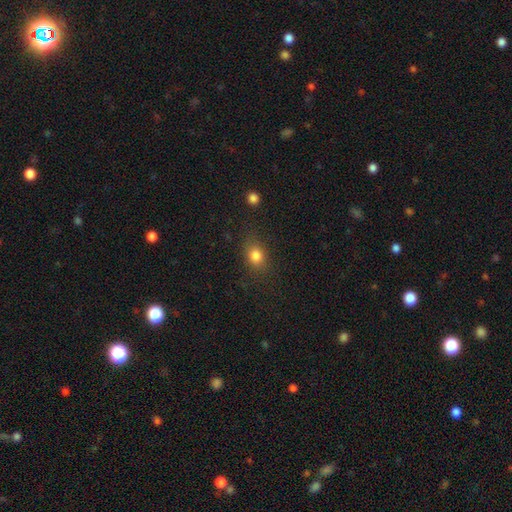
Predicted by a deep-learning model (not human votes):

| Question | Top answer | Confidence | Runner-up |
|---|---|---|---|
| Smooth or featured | smooth | 82% | star or artifact (11%) |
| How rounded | round | 49% | tied: in between (49%) |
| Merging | none | 78% | minor disturbance (15%) |